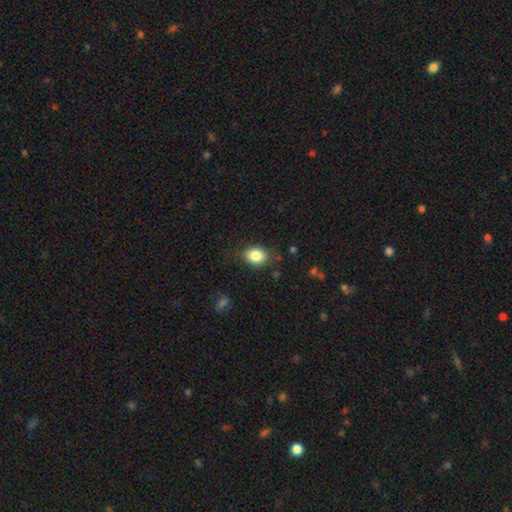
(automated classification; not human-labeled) This is clearly a smooth galaxy (84%). How rounded: likely in between (69%). Merging: clearly none (81%).